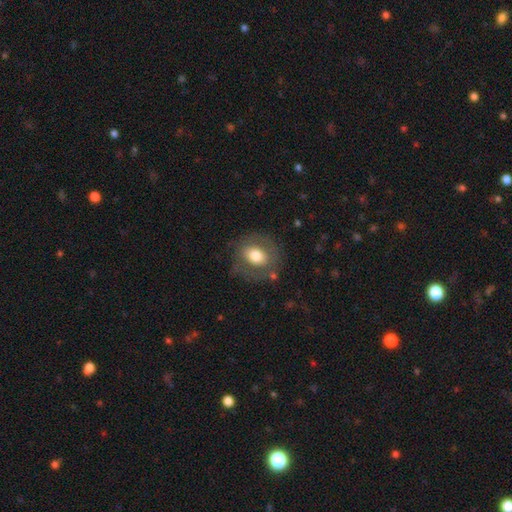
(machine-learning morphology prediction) A smooth galaxy with no disk features (65%) that is round (61%). Merging: none (73%).